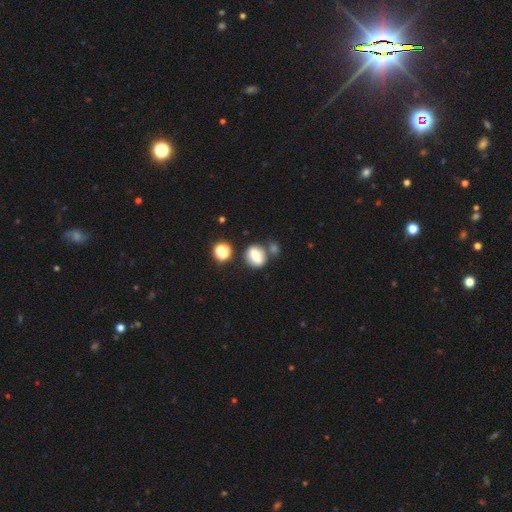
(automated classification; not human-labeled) The model was most divided on "how rounded": in between: 60%, round: 37%, cigar-shaped: 3%. More confident: smooth or featured — smooth (74%); merging — none (58%).